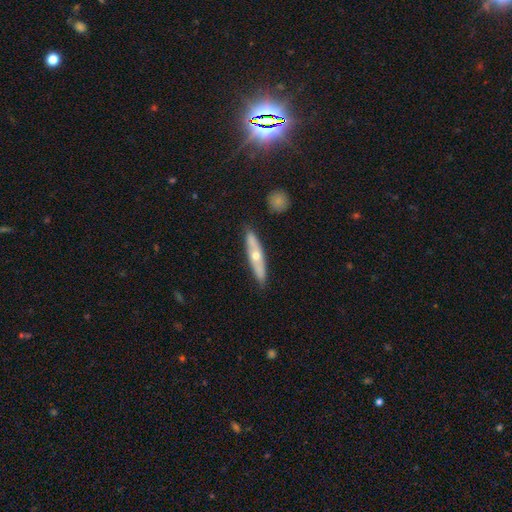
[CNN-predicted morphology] type=featured or disk (51%); edge-on=yes (71%); merging=none (84%).